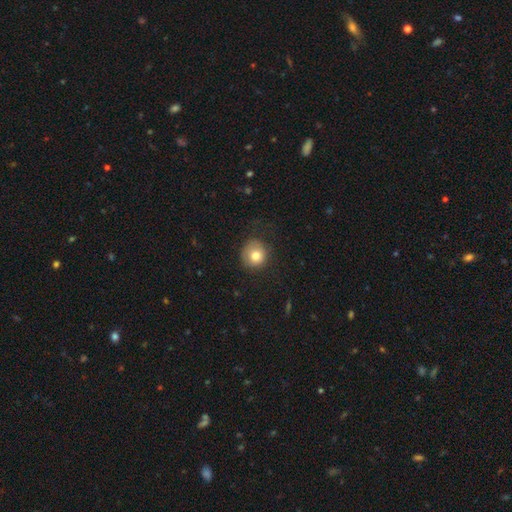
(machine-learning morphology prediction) A smooth galaxy with no disk features (79%) that is round (89%).

Vote fractions:
- Smooth or featured? smooth: 79% / featured or disk: 11% / star or artifact: 10%
- How rounded? round: 89% / in between: 10% / cigar-shaped: 1%
- Merging? none: 73% / minor disturbance: 19% / major disturbance: 7% / merger: 1%